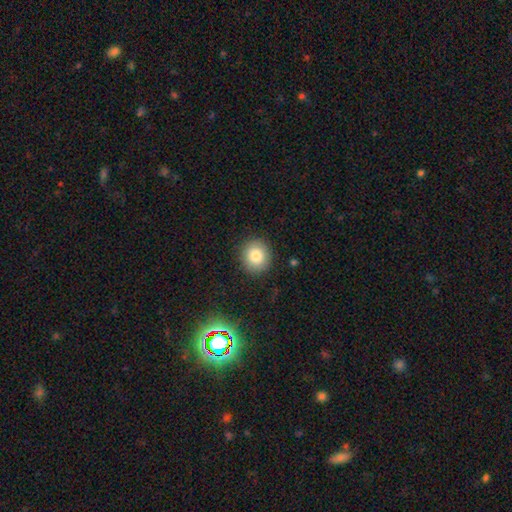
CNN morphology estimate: This appears to be a smooth galaxy with no disk features (82%) that is round (85%). Merging: none (89%).